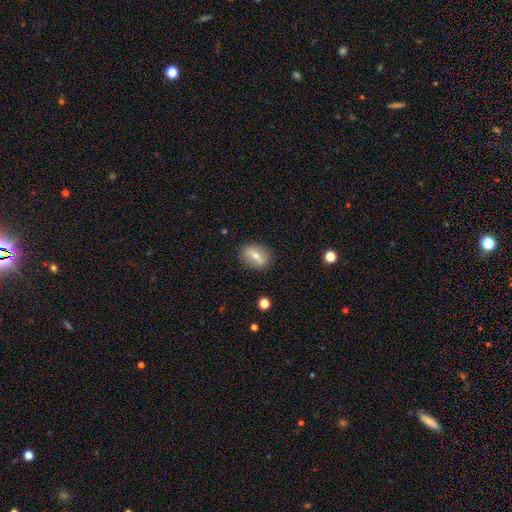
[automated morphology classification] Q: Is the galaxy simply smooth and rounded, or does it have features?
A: smooth — 47%.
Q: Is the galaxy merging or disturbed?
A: none — 85%.